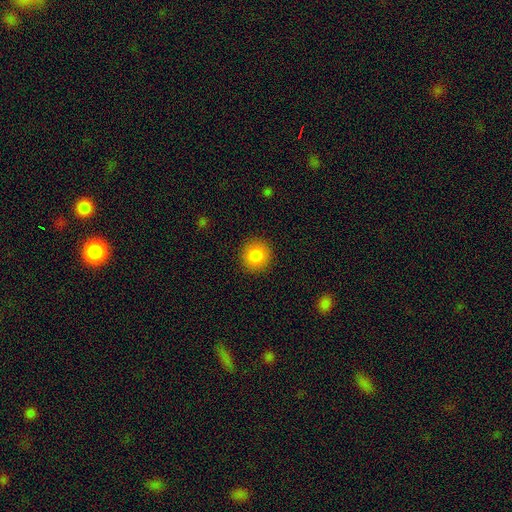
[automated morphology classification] Q: Smooth or featured?
A: smooth (85%); runner-up: star or artifact (9%)
Q: How rounded?
A: round (92%); runner-up: in between (7%)
Q: Merging?
A: none (91%); runner-up: minor disturbance (6%)